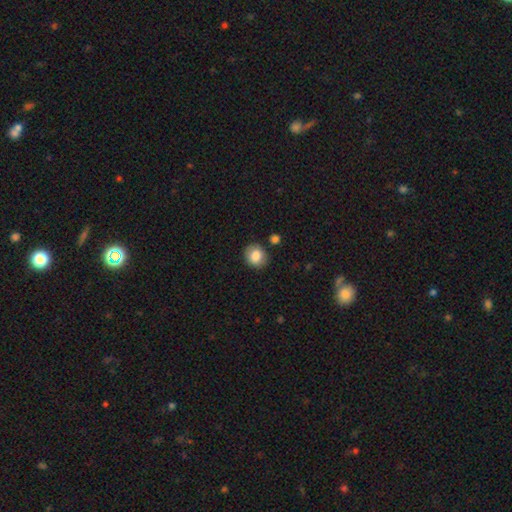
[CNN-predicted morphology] Overall: smooth (82%). How rounded: round (75%). Merging: none (84%).